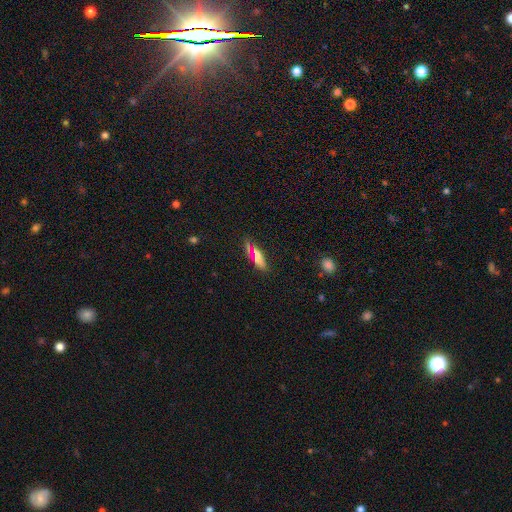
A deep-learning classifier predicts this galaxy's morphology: Smooth or featured: smooth — 64% (featured or disk — 22%)
How rounded: cigar-shaped — 54% (in between — 42%)
Merging: none — 75% (minor disturbance — 15%)